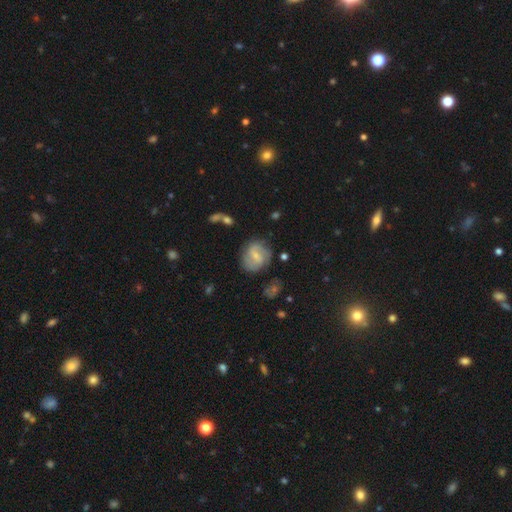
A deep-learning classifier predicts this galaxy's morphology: A featured or disk galaxy (57%) with a weak bar (53%), spiral arms (81%) and a small central bulge (62%).

Vote fractions:
- Smooth or featured? featured or disk: 57% / smooth: 36% / star or artifact: 7%
- Edge-on disk? no: 97% / yes: 3%
- Bar? weak: 53% / no: 30% / strong: 17%
- Spiral arms? yes: 81% / no: 19%
- Bulge size? small: 62% / moderate: 28% / none: 8% / large: 2% / dominant: 1%
- Merging? none: 70% / minor disturbance: 19% / major disturbance: 8% / merger: 4%